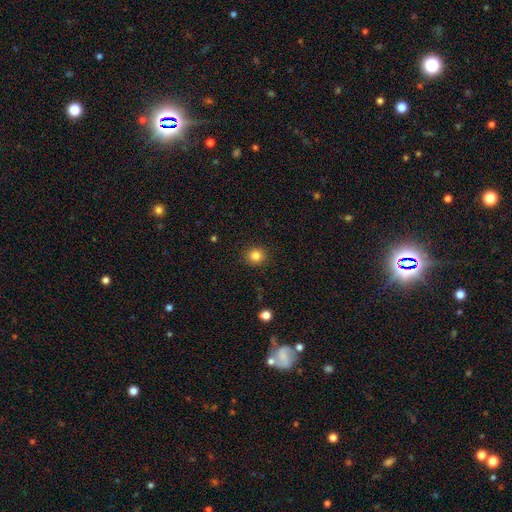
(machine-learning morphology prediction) Q: Smooth or featured?
A: smooth (83%); runner-up: star or artifact (12%)
Q: How rounded?
A: round (86%); runner-up: in between (13%)
Q: Merging?
A: none (91%); runner-up: minor disturbance (6%)